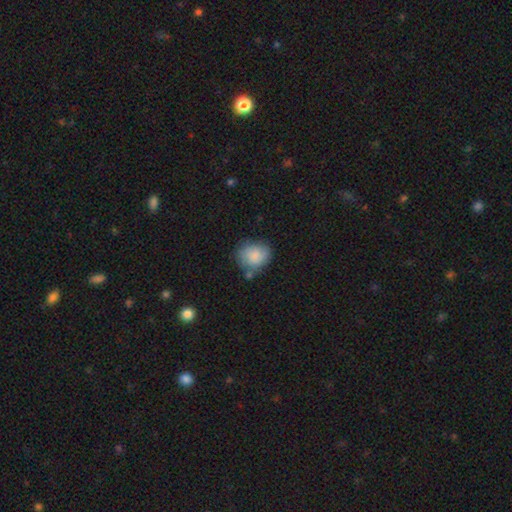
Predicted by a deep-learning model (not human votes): Smooth or featured? Predicted: smooth (p=0.82). How rounded? Predicted: round (p=0.68). Merging? Predicted: none (p=0.59).